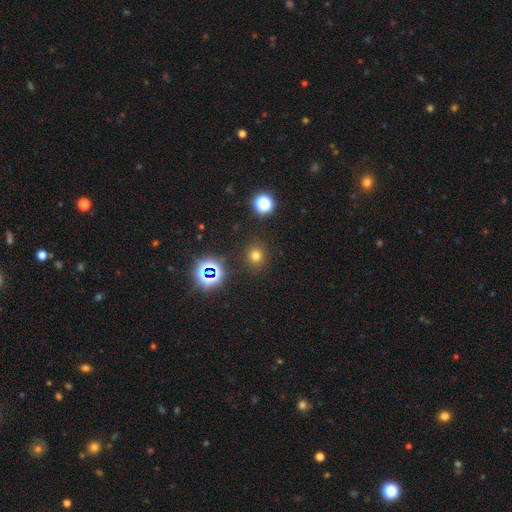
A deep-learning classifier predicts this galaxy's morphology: Smooth or featured? smooth (70%)
How rounded? round (91%)
Merging? none (89%)